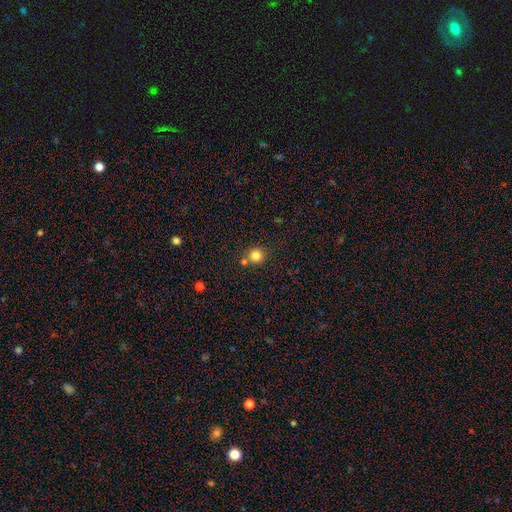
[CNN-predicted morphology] type=smooth (82%); roundness=round (91%); merging=none (73%).